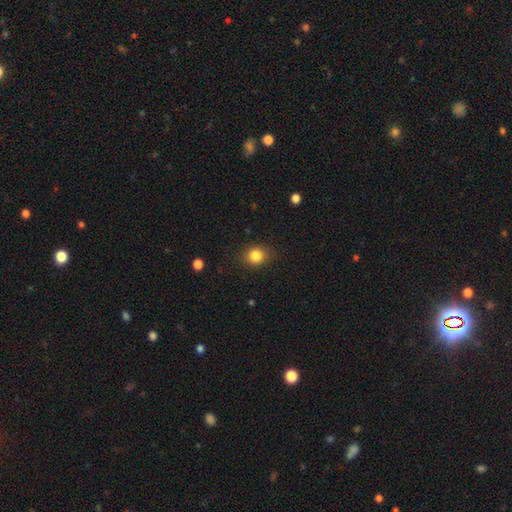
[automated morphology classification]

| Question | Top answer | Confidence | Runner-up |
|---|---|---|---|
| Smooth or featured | smooth | 84% | star or artifact (11%) |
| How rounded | round | 75% | in between (24%) |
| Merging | none | 84% | minor disturbance (11%) |